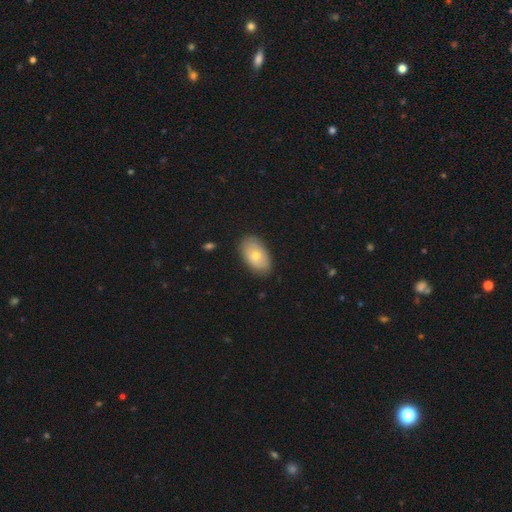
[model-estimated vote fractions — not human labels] A smooth galaxy with no disk features (67%) that is in between round and cigar-shaped (92%). Merging: none (84%).